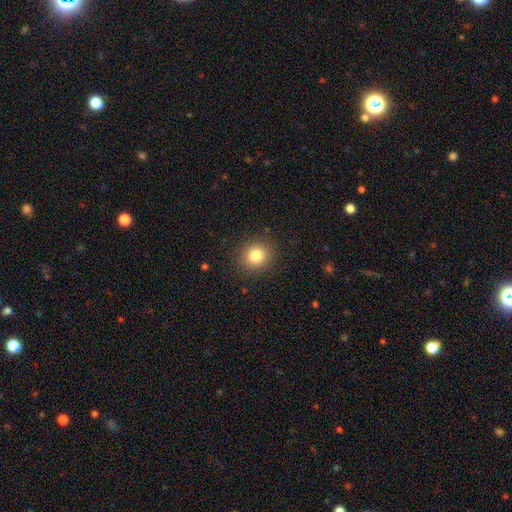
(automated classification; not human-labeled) A smooth galaxy with no disk features (82%) that is round (85%).

Vote fractions:
- Smooth or featured? smooth: 82% / star or artifact: 11% / featured or disk: 7%
- How rounded? round: 85% / in between: 14% / cigar-shaped: 1%
- Merging? none: 89% / minor disturbance: 7% / major disturbance: 3% / merger: 1%